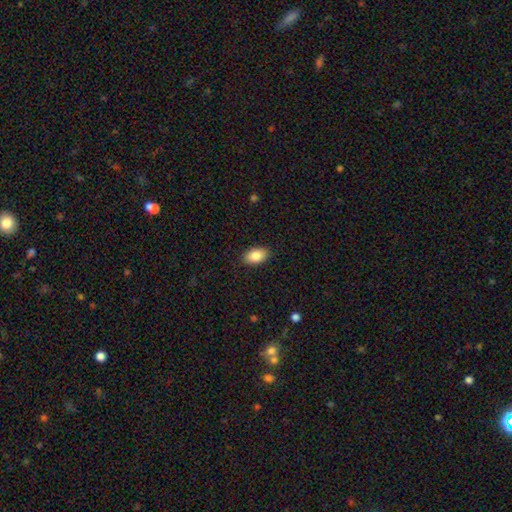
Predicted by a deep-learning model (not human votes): The model was most divided on "smooth or featured": smooth: 86%, star or artifact: 7%, featured or disk: 7%. More confident: how rounded — in between (93%); merging — none (88%).